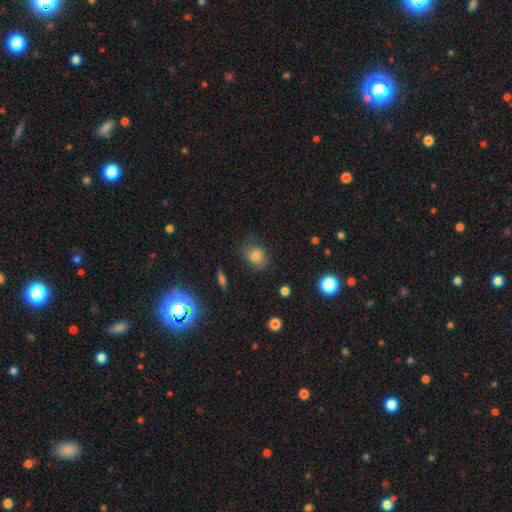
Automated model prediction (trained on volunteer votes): Q: Smooth or featured?
A: smooth (78%); runner-up: star or artifact (13%)
Q: How rounded?
A: round (57%); runner-up: in between (42%)
Q: Merging?
A: none (68%); runner-up: minor disturbance (22%)